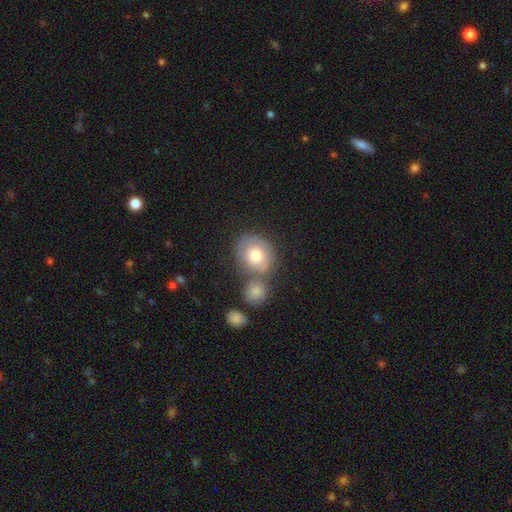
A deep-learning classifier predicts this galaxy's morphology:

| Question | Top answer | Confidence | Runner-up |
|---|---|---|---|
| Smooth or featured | smooth | 67% | featured or disk (25%) |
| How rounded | round | 65% | in between (35%) |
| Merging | none | 47% | merger (32%) |